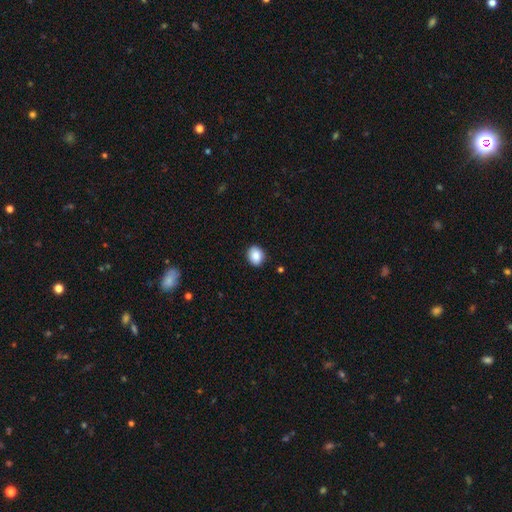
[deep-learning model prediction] Q: Smooth or featured?
A: smooth (88%); runner-up: star or artifact (8%)
Q: How rounded?
A: round (54%); runner-up: in between (45%)
Q: Merging?
A: none (88%); runner-up: minor disturbance (9%)